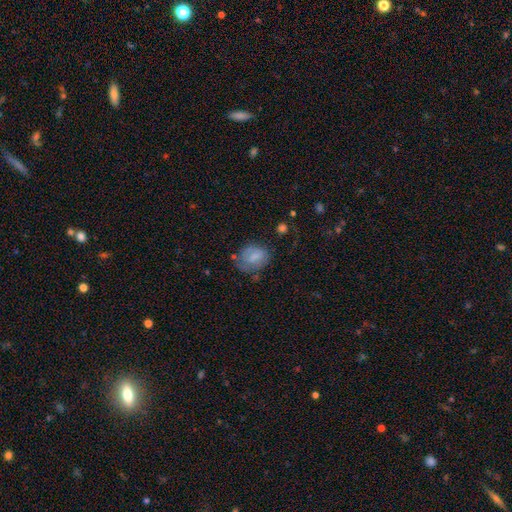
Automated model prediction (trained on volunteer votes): smooth 70%, featured or disk 21%, star or artifact 9%. Down the decision tree: how rounded — in between (58%); merging — none (48%).